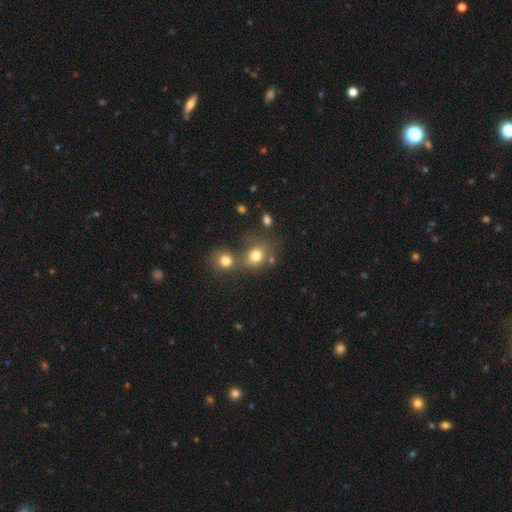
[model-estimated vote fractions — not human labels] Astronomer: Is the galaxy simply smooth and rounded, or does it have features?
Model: smooth — 77%.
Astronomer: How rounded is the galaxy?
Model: round — 68%.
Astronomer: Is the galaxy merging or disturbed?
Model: none — 47% (runner-up: merger, 37%).